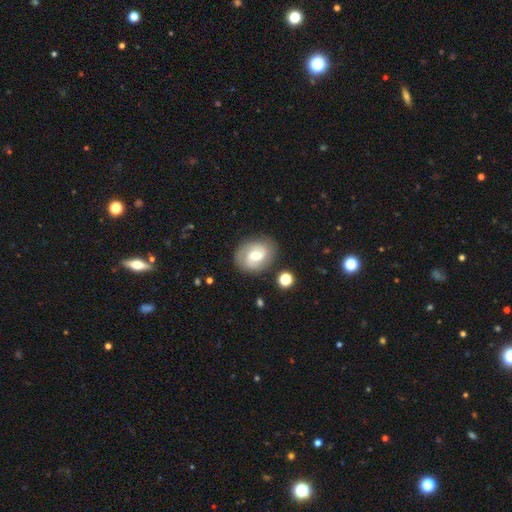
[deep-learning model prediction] Morphology: type=featured or disk (59%); edge-on=no (96%); bar=weak (50%); spiral arms=yes (80%); bulge=moderate (69%); merging=none (79%).